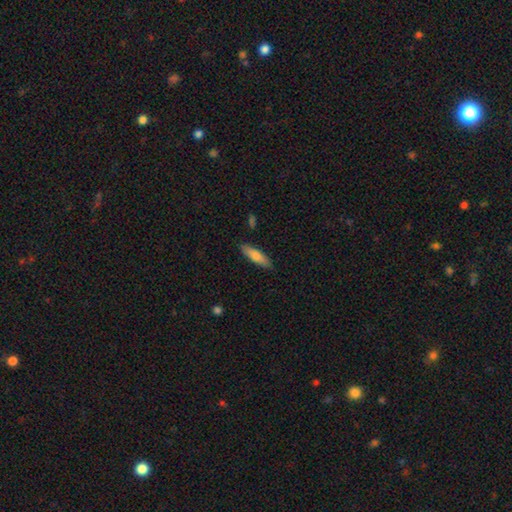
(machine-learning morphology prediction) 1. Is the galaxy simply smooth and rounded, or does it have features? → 76% smooth, 18% featured or disk, 6% star or artifact.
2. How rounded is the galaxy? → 66% cigar-shaped, 32% in between, 2% round.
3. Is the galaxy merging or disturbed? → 86% none, 10% minor disturbance, 2% major disturbance, 2% merger.